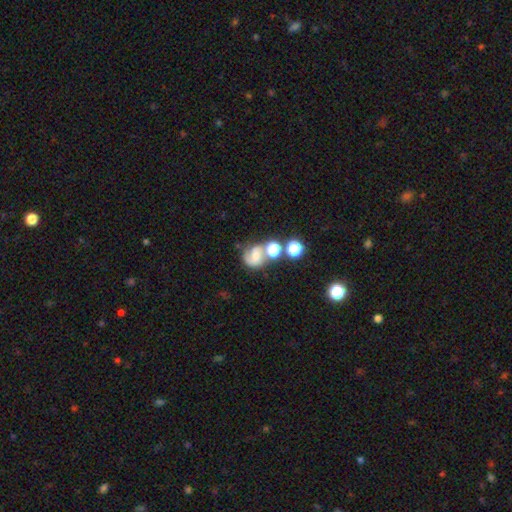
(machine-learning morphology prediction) This appears to be a featured or disk galaxy (49%). Merging: none (39%).